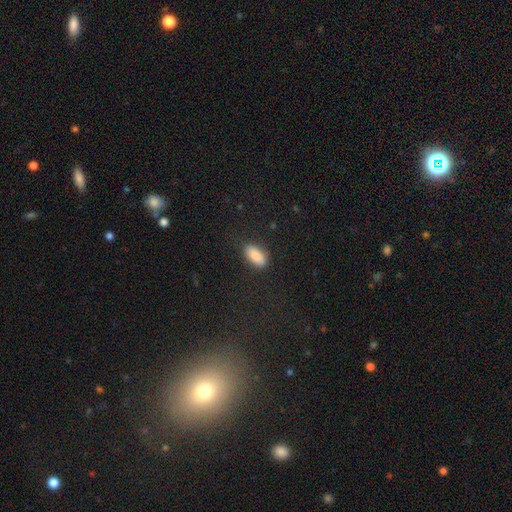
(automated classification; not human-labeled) This appears to be a smooth galaxy with no disk features (89%) that is in between round and cigar-shaped (87%). Merging: none (84%).